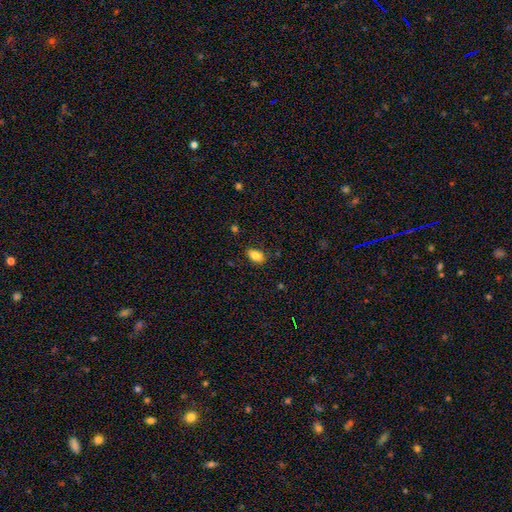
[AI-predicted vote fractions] smooth_or_featured: smooth (p=0.84) [alt: star or artifact p=0.09]
how_rounded: in between (p=0.89) [alt: round p=0.09]
merging: none (p=0.83) [alt: minor disturbance p=0.13]